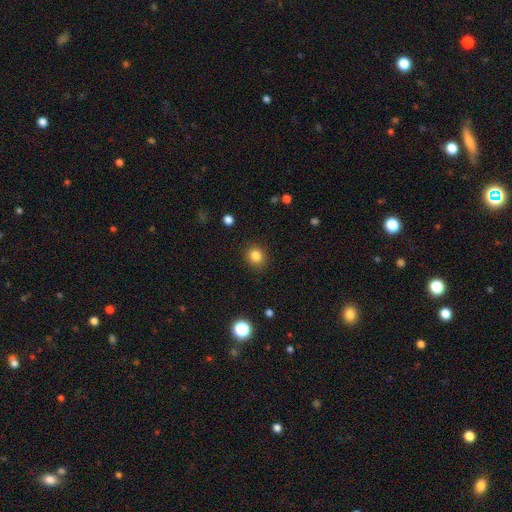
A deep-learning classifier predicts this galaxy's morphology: This is clearly a smooth galaxy (83%). How rounded: clearly round (83%). Merging: clearly none (89%).